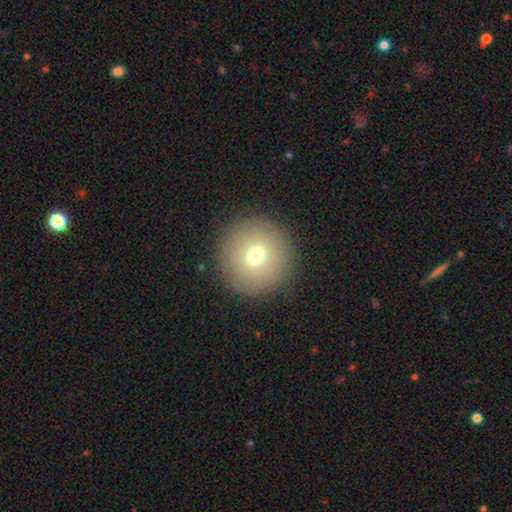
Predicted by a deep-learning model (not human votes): This is likely a smooth galaxy (69%). How rounded: clearly round (94%). Merging: clearly none (90%).